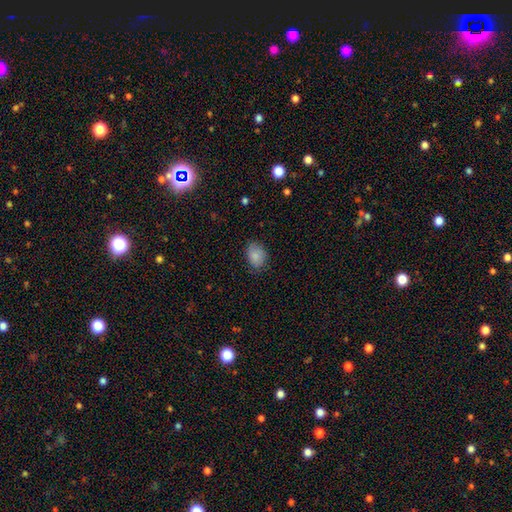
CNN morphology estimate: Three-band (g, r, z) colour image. It shows a smooth galaxy with no disk features (85%) that is in between round and cigar-shaped (74%). Merging: none (74%).